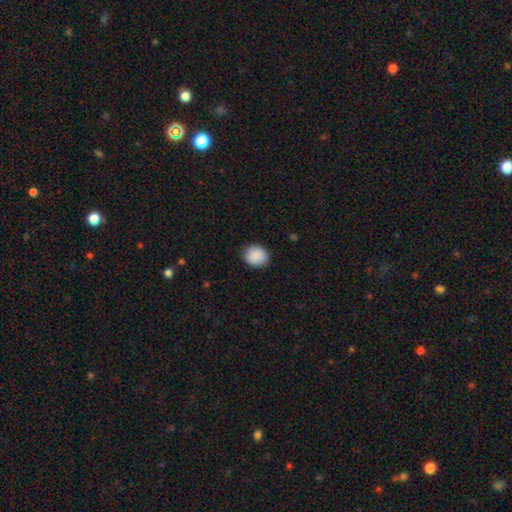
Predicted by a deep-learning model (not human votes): smooth-or-featured: smooth: 90% | star or artifact: 7% | featured or disk: 3%
  how-rounded: round: 79% | in between: 20% | cigar-shaped: 1%
  merging: none: 88% | minor disturbance: 9% | major disturbance: 2% | merger: 1%